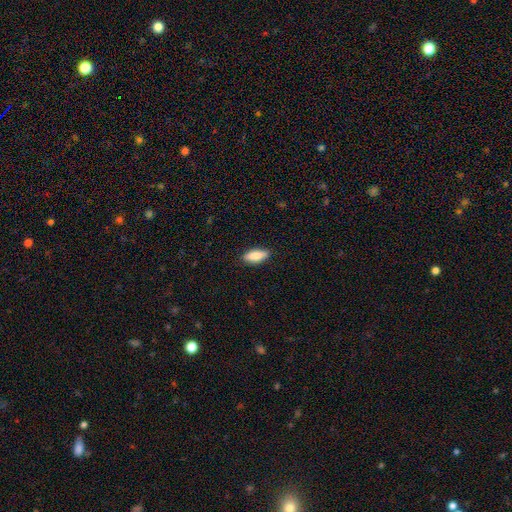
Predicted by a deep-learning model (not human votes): The model was most divided on "how rounded": in between: 71%, cigar-shaped: 27%, round: 2%. More confident: merging — none (87%); smooth or featured — smooth (81%).